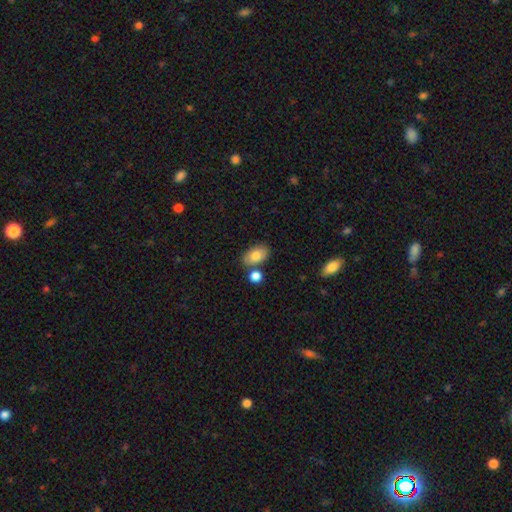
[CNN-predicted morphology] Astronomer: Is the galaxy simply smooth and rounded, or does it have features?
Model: smooth — 81%.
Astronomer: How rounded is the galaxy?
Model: in between — 90%.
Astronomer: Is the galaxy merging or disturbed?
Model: none — 68%.